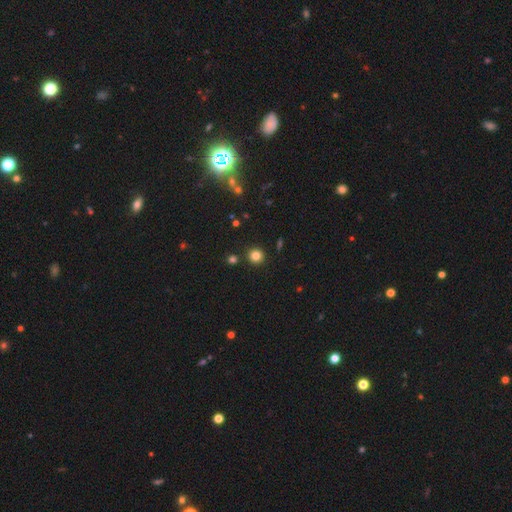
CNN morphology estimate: A smooth galaxy with no disk features (82%) that is round (94%).

Vote fractions:
- Smooth or featured? smooth: 82% / star or artifact: 13% / featured or disk: 5%
- How rounded? round: 94% / in between: 5% / cigar-shaped: 1%
- Merging? none: 89% / minor disturbance: 5% / merger: 3% / major disturbance: 2%